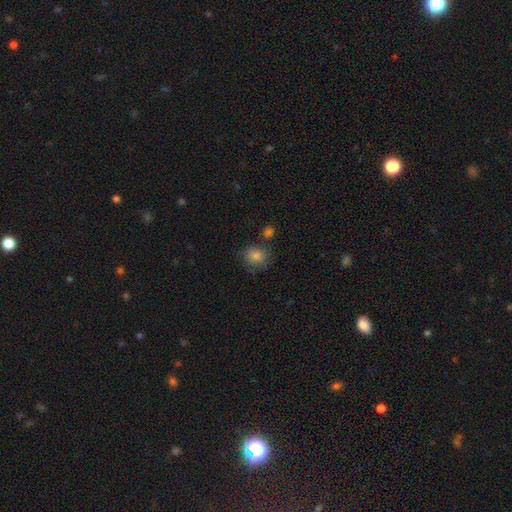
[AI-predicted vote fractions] Morphology: type=smooth (78%); roundness=round (77%); merging=none (78%).